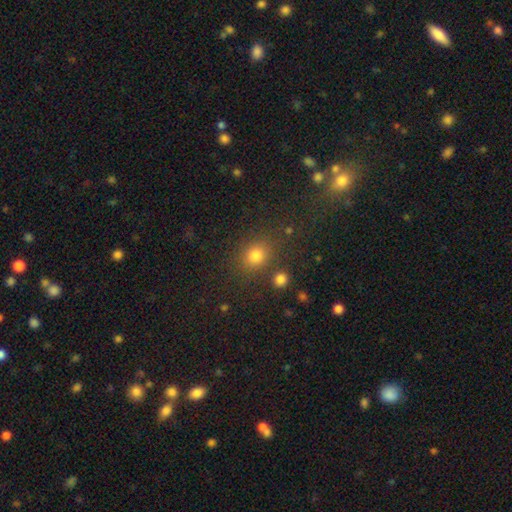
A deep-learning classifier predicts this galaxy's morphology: Overall: smooth (78%). How rounded: round (66%; in between 33%). Merging: none (78%).